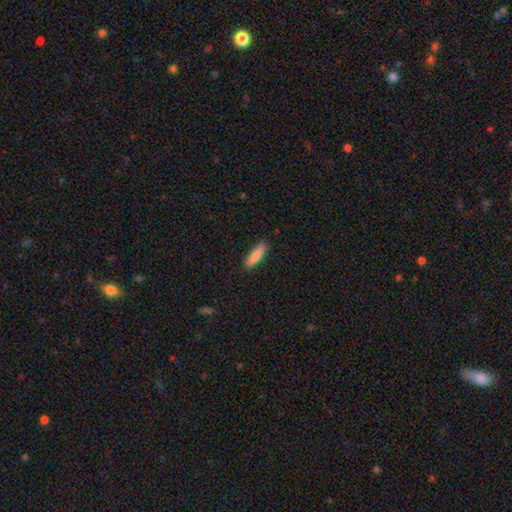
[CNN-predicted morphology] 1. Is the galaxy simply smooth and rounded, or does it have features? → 83% smooth, 11% featured or disk, 6% star or artifact.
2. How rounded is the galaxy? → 67% cigar-shaped, 32% in between, 2% round.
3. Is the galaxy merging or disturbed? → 87% none, 10% minor disturbance, 2% major disturbance, 1% merger.